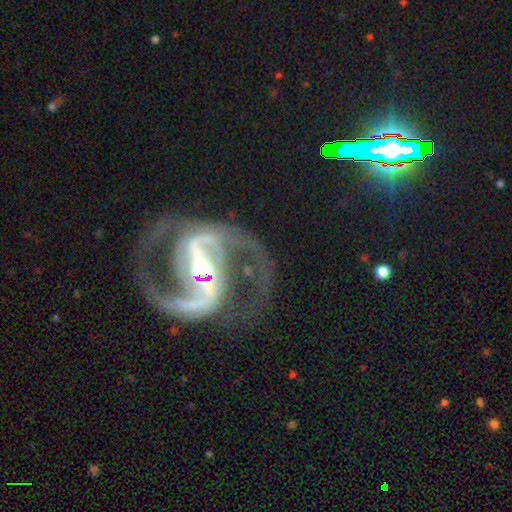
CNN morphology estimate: This appears to be a featured or disk galaxy (92%) with a strong bar (72%), 2 (94%) medium (64%) spiral arms (98%) and a small central bulge (48%). Merging: none (76%).